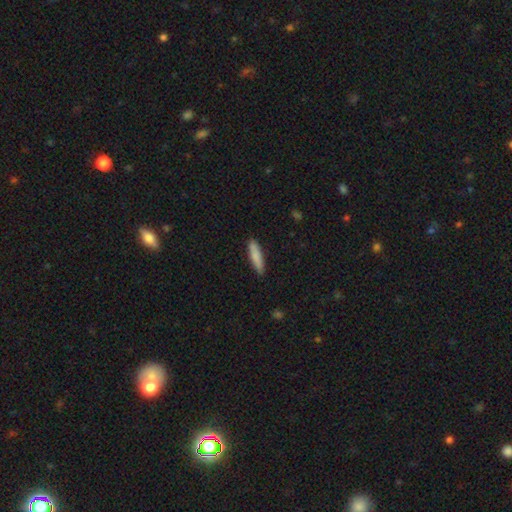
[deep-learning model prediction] This appears to be a smooth galaxy with no disk features (84%) that is cigar-shaped (82%). Merging: none (88%).